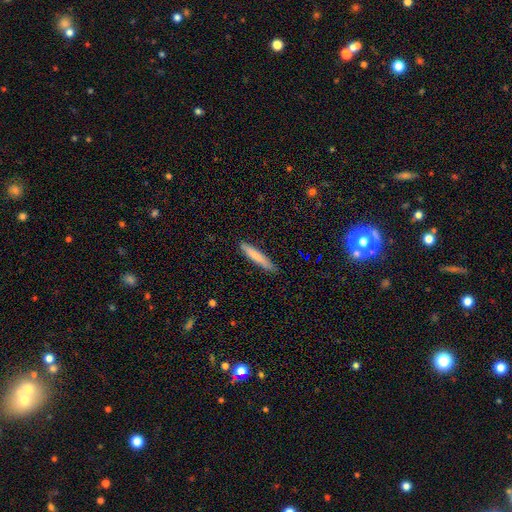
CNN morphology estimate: A smooth galaxy with no disk features (77%) that is cigar-shaped (92%).

Vote fractions:
- Smooth or featured? smooth: 77% / featured or disk: 18% / star or artifact: 6%
- How rounded? cigar-shaped: 92% / in between: 6% / round: 1%
- Merging? none: 88% / minor disturbance: 9% / major disturbance: 2% / merger: 1%